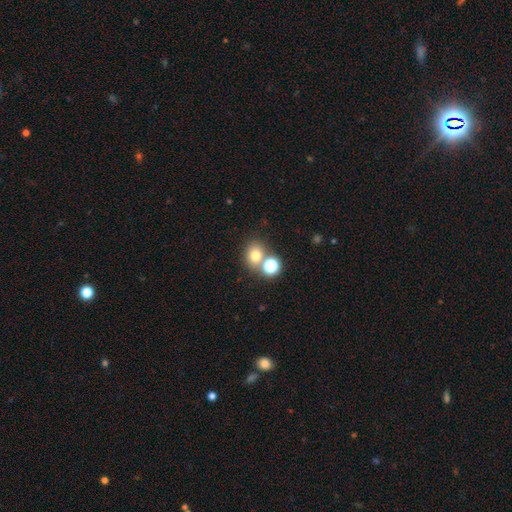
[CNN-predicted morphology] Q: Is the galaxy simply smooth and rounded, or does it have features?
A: smooth — 74%.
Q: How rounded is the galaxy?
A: round — 66%.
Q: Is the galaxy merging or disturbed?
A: none — 60%.